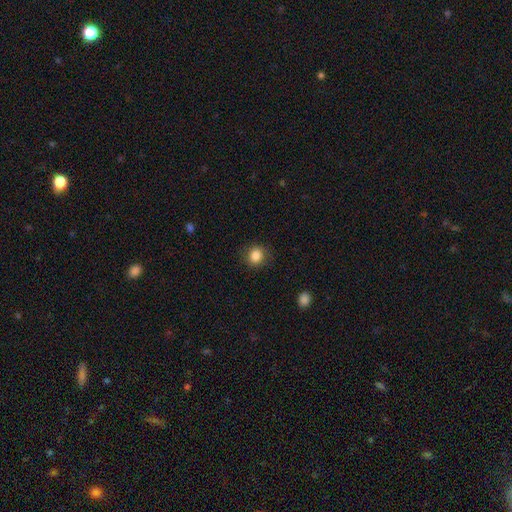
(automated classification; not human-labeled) Smooth or featured? smooth (85%)
How rounded? round (81%)
Merging? none (85%)